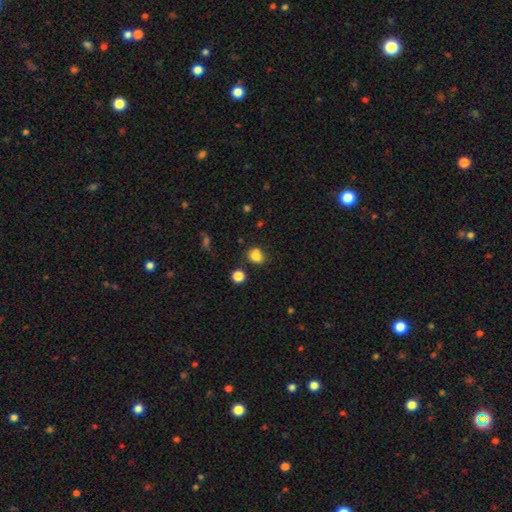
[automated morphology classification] smooth-or-featured: smooth: 82% | star or artifact: 12% | featured or disk: 6%
  how-rounded: round: 57% | in between: 42% | cigar-shaped: 1%
  merging: none: 66% | minor disturbance: 19% | merger: 10% | major disturbance: 5%